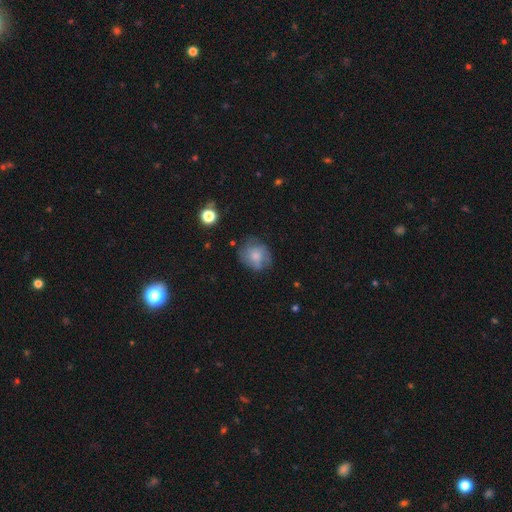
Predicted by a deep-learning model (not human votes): Overall: smooth (69%). How rounded: round (69%; in between 30%). Merging: none (60%; minor disturbance 27%).